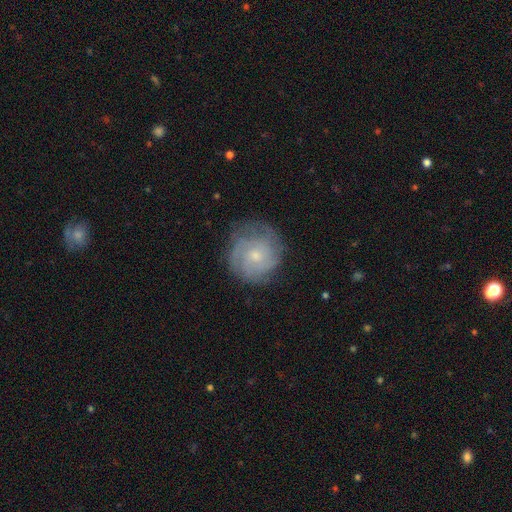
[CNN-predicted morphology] Overall: featured or disk (71%). Edge-on disk: no (98%). Bar: no (76%). Spiral arms: yes (91%). Spiral arm count: can't tell (39%; 3 21%). Spiral winding: tight (65%; medium 28%). Bulge size: small (59%; moderate 35%). Merging: none (75%).